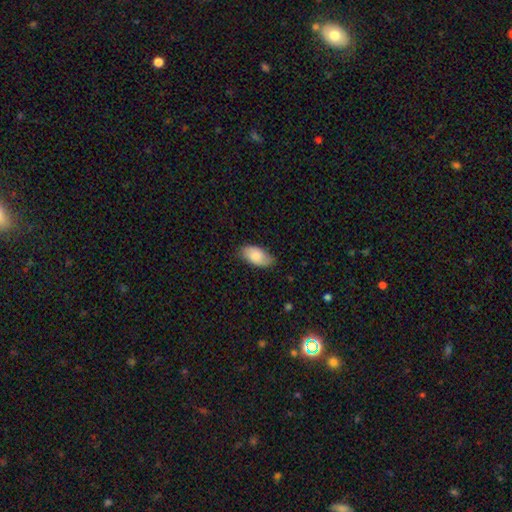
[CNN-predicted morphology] This appears to be a smooth galaxy with no disk features (79%) that is in between round and cigar-shaped (94%). Merging: none (76%).